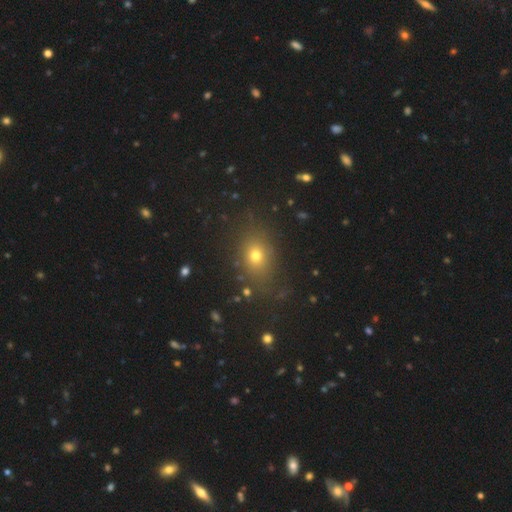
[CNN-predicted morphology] Overall: smooth (67%). How rounded: in between (53%; round 45%). Merging: none (81%).